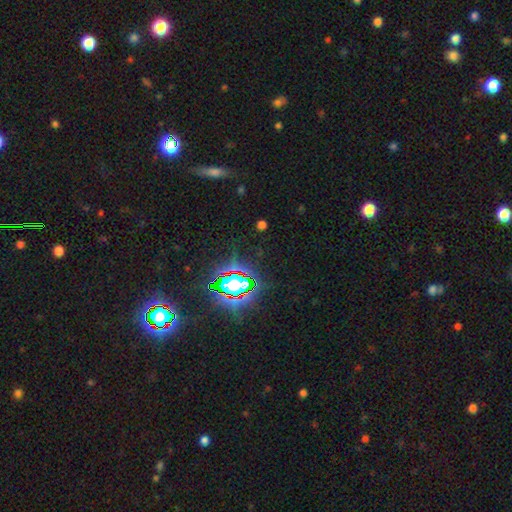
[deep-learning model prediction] Smooth or featured: star or artifact — 77% (smooth — 13%)